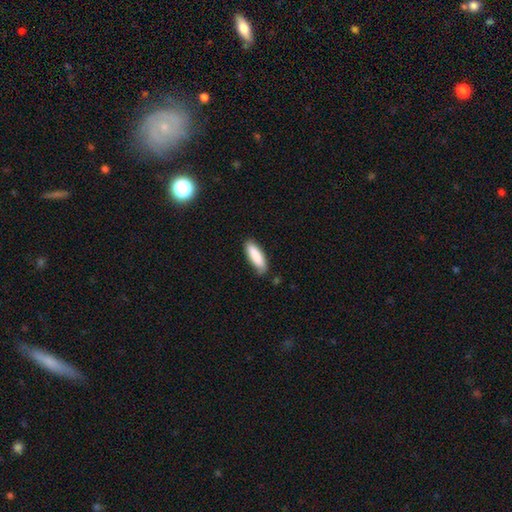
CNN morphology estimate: A smooth galaxy with no disk features (88%) that is cigar-shaped (52%). Merging: none (81%).